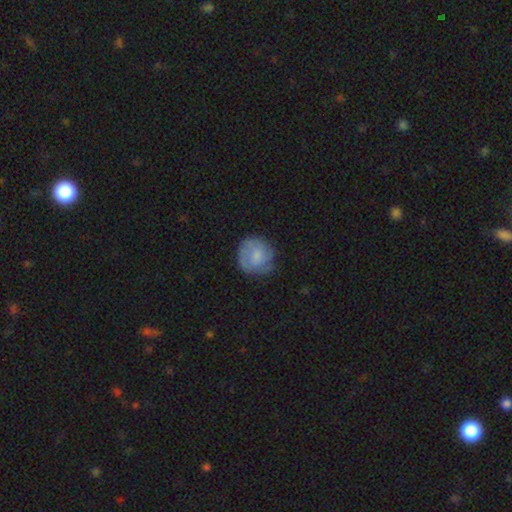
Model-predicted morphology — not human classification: Smooth or featured? Predicted: smooth (p=0.63). How rounded? Predicted: round (p=0.89). Merging? Predicted: none (p=0.66).